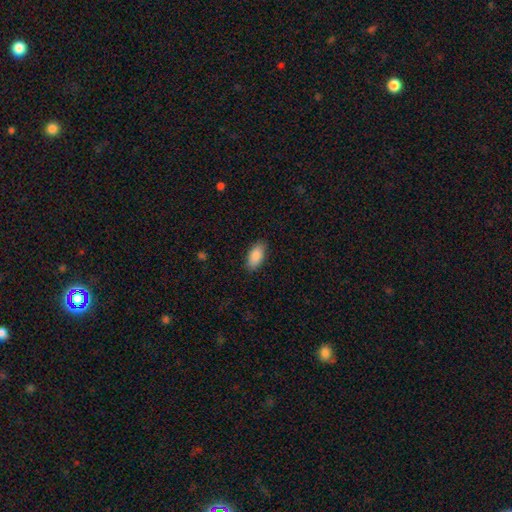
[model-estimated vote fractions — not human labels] This is clearly a smooth galaxy (88%). How rounded: clearly in between (92%). Merging: clearly none (87%).